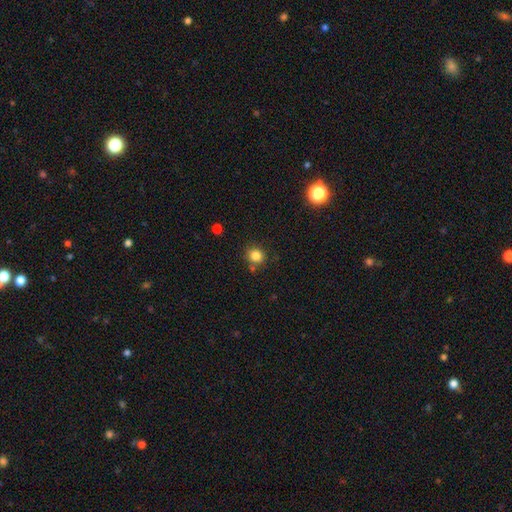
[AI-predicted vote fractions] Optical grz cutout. It shows a smooth galaxy with no disk features (82%) that is round (84%). Merging: none (78%).